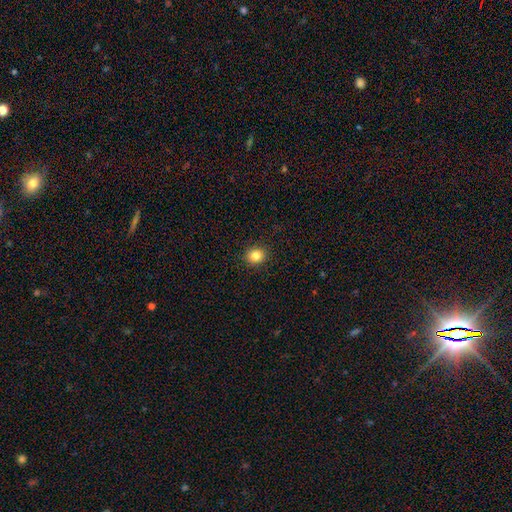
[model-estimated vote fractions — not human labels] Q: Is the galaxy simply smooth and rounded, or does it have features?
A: smooth — 85%.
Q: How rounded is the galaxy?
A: round — 79%.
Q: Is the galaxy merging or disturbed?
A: none — 91%.